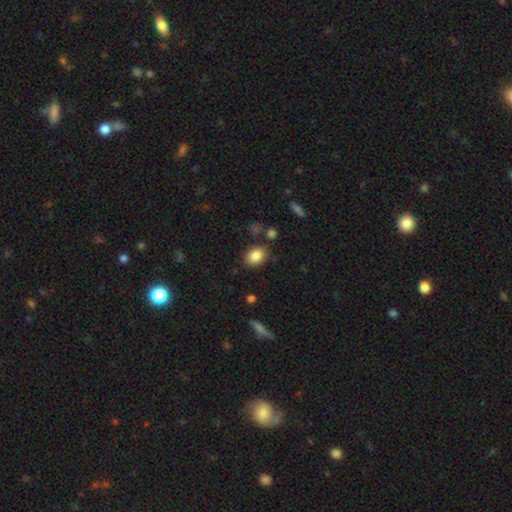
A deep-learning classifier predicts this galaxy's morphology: This is clearly a smooth galaxy (84%). How rounded: likely in between (74%). Merging: clearly none (81%).